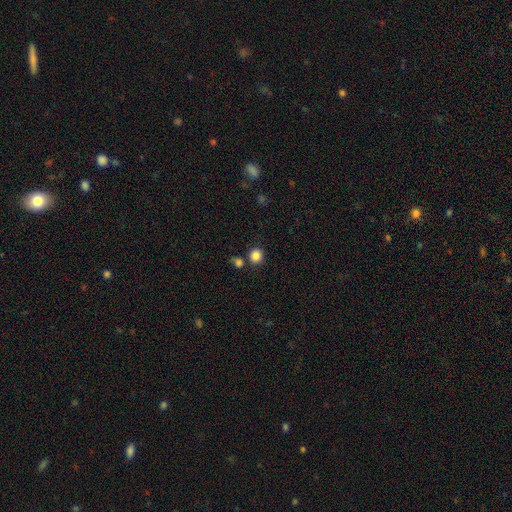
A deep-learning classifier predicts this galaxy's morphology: Smooth or featured: smooth — 85% (star or artifact — 11%)
How rounded: round — 87% (in between — 13%)
Merging: none — 77% (merger — 11%)